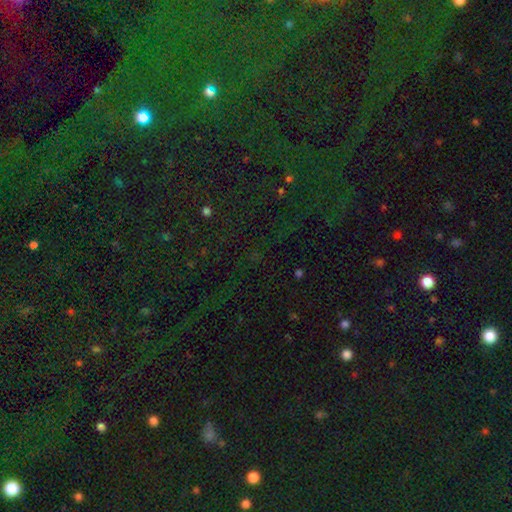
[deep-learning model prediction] Smooth or featured?
  - star or artifact: 80% *
  - smooth: 12%
  - featured or disk: 8%